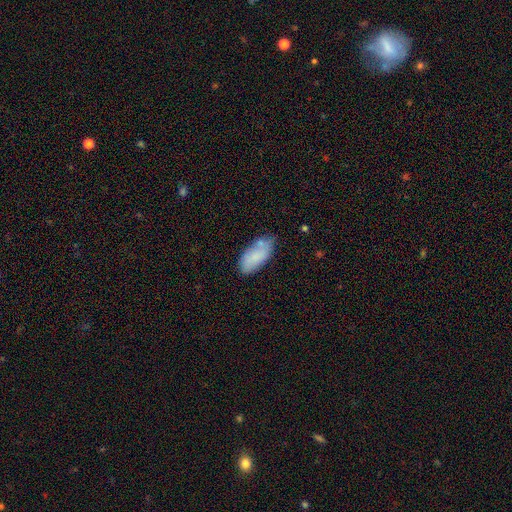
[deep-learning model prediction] Morphology: type=smooth (77%); roundness=in between (90%); merging=none (58%).